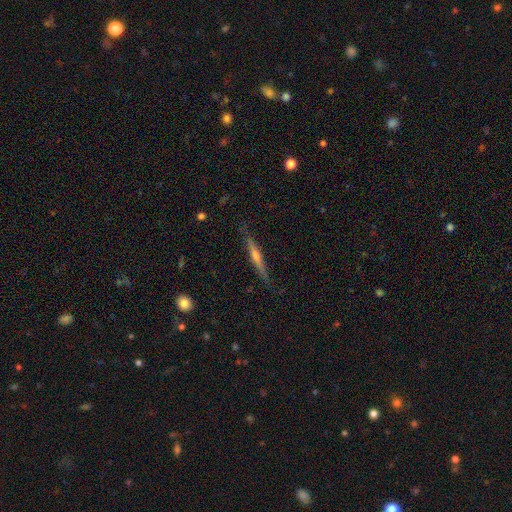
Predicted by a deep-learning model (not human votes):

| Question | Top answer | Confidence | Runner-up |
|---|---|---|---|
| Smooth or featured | featured or disk | 70% | smooth (23%) |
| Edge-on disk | yes | 97% | no (3%) |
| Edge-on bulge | rounded | 74% | none (19%) |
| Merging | none | 86% | minor disturbance (11%) |